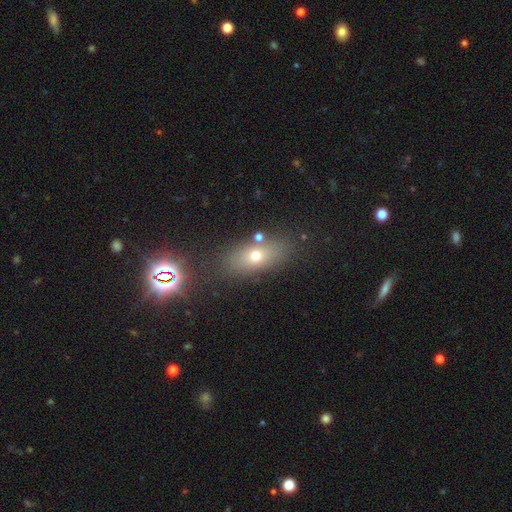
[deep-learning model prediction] Morphology: type=smooth (64%); roundness=in between (73%); merging=none (76%).